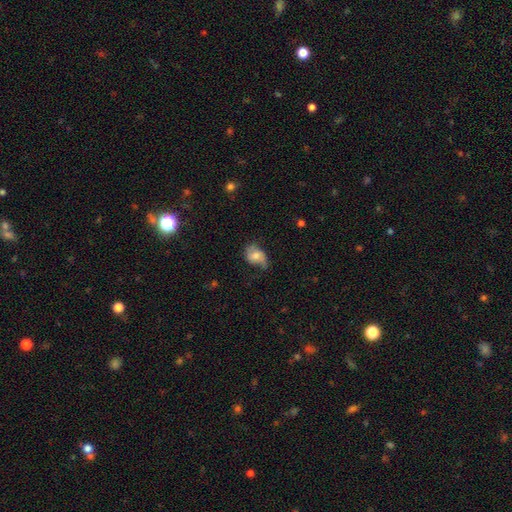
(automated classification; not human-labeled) Smooth or featured: smooth — 48% (featured or disk — 44%)
Merging: none — 50% (minor disturbance — 32%)